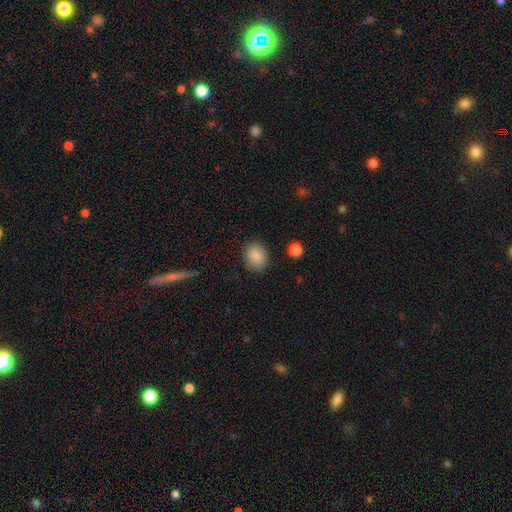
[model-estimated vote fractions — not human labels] smooth-or-featured: smooth: 88% | star or artifact: 8% | featured or disk: 4%
  how-rounded: round: 58% | in between: 41% | cigar-shaped: 1%
  merging: none: 86% | minor disturbance: 9% | major disturbance: 3% | merger: 1%